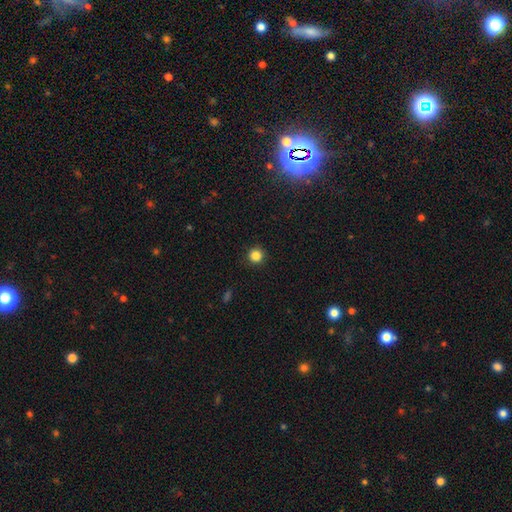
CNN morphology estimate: Overall: smooth (85%). How rounded: round (96%). Merging: none (92%).